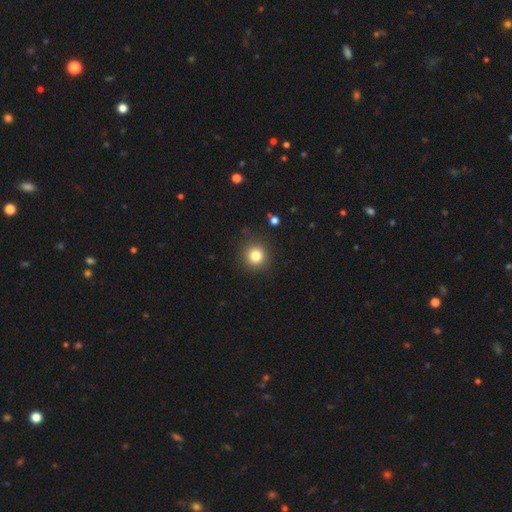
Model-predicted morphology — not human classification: The model was most divided on "smooth or featured": smooth: 82%, star or artifact: 12%, featured or disk: 6%. More confident: how rounded — round (93%); merging — none (89%).